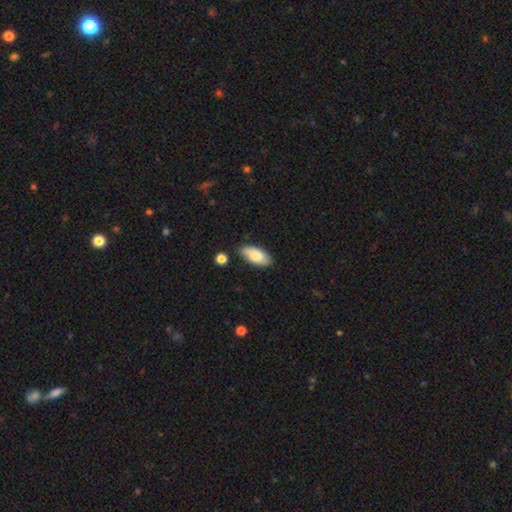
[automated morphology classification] Smooth or featured?
  - smooth: 78% *
  - featured or disk: 16%
  - star or artifact: 6%
How rounded?
  - in between: 90% *
  - cigar-shaped: 7%
  - round: 2%
Merging?
  - none: 81% *
  - minor disturbance: 13%
  - merger: 3%
  - major disturbance: 2%